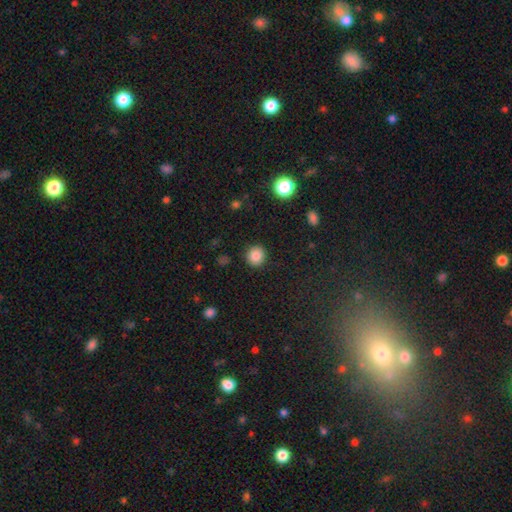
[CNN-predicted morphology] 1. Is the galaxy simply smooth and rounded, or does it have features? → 86% smooth, 10% star or artifact, 4% featured or disk.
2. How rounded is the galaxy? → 91% round, 8% in between, 1% cigar-shaped.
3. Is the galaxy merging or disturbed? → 90% none, 6% minor disturbance, 2% major disturbance, 1% merger.